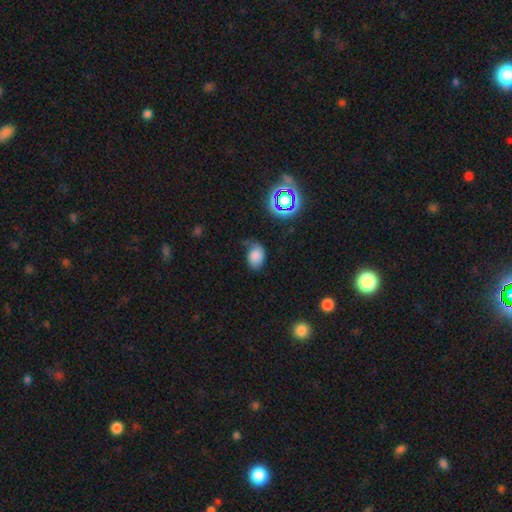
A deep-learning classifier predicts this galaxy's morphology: This is likely a smooth galaxy (72%). How rounded: likely in between (73%). Merging: marginally none (44%).